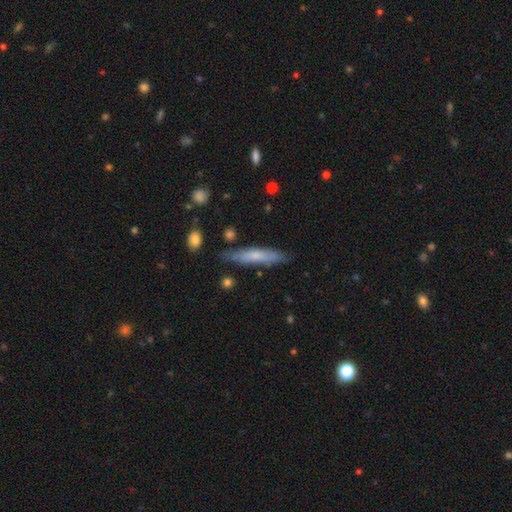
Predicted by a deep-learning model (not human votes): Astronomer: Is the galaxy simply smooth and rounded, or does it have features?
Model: smooth — 64%.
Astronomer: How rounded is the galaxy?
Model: cigar-shaped — 88%.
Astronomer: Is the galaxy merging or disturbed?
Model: none — 82%.